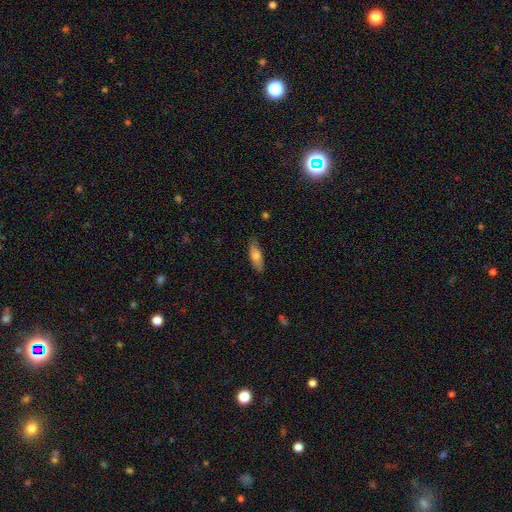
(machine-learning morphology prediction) Overall: smooth (72%). How rounded: in between (66%; cigar-shaped 32%). Merging: none (82%).